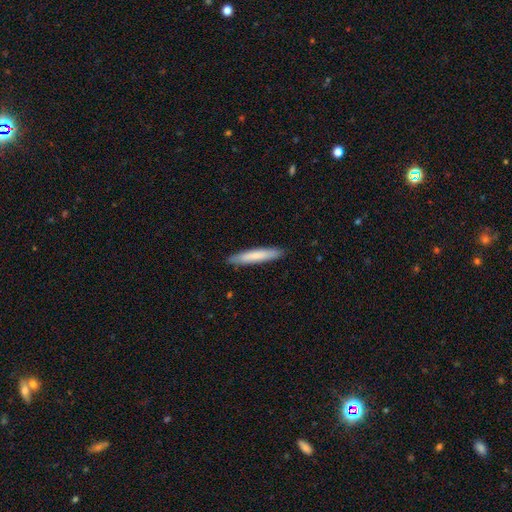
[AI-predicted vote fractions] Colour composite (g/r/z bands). It shows a smooth galaxy with no disk features (75%) that is cigar-shaped (93%). Merging: none (90%).